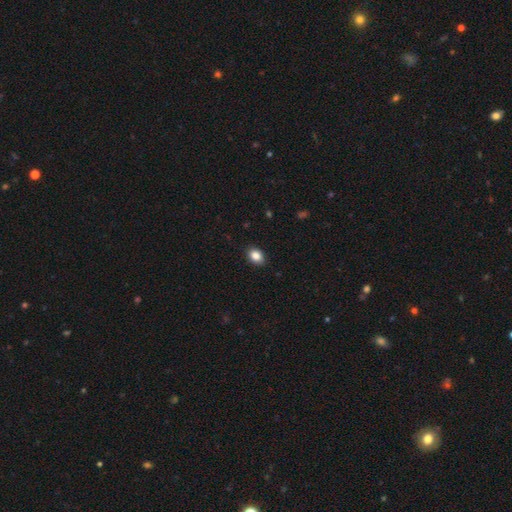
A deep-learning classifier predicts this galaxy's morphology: Smooth or featured? Predicted: smooth (p=0.86). How rounded? Predicted: in between (p=0.72). Merging? Predicted: none (p=0.89).